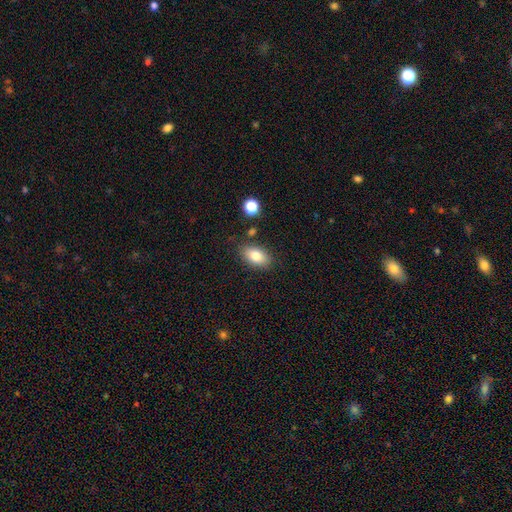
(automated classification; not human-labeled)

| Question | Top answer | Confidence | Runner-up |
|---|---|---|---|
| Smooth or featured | smooth | 82% | featured or disk (10%) |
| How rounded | in between | 91% | round (7%) |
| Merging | none | 82% | minor disturbance (12%) |